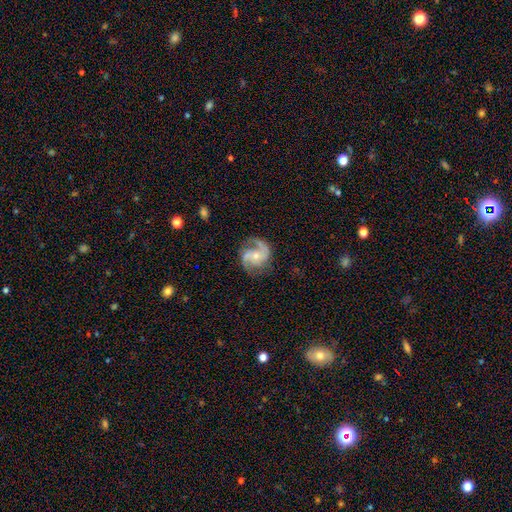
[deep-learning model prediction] Smooth or featured?
  - featured or disk: 88% *
  - smooth: 6%
  - star or artifact: 5%
Edge-on disk?
  - no: 98% *
  - yes: 2%
Bar?
  - no: 61% *
  - weak: 30%
  - strong: 8%
Spiral arms?
  - yes: 98% *
  - no: 2%
Spiral winding?
  - medium: 56% *
  - loose: 24%
  - tight: 20%
Spiral arm count?
  - 2: 83% *
  - 3: 7%
  - can't tell: 3%
  - 1: 3%
  - 4: 2%
  - more than 4: 2%
Bulge size?
  - small: 60% *
  - moderate: 35%
  - none: 3%
  - large: 2%
  - dominant: 1%
Merging?
  - none: 73% *
  - minor disturbance: 17%
  - major disturbance: 8%
  - merger: 2%